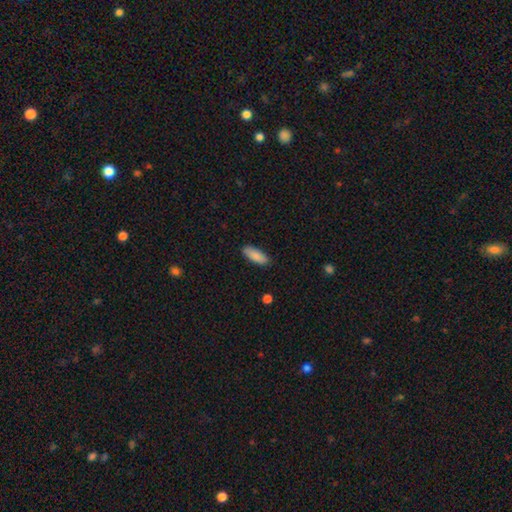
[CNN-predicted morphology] Smooth or featured? Predicted: smooth (p=0.87). How rounded? Predicted: in between (p=0.74). Merging? Predicted: none (p=0.87).